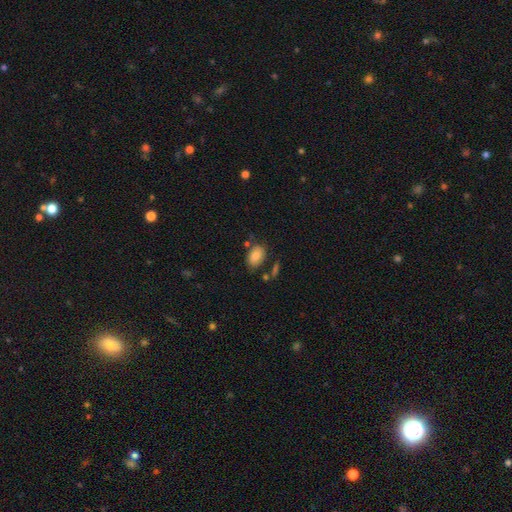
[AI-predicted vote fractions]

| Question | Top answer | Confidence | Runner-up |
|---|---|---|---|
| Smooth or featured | smooth | 85% | star or artifact (8%) |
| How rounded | in between | 87% | round (11%) |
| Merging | none | 69% | minor disturbance (17%) |